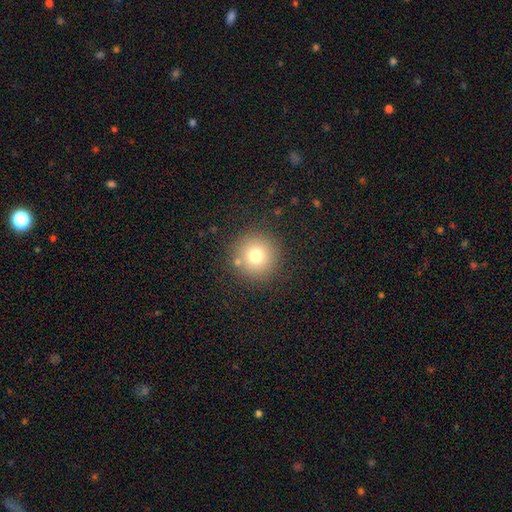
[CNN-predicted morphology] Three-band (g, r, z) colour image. It shows a smooth galaxy with no disk features (73%) that is round (96%). Merging: none (85%).